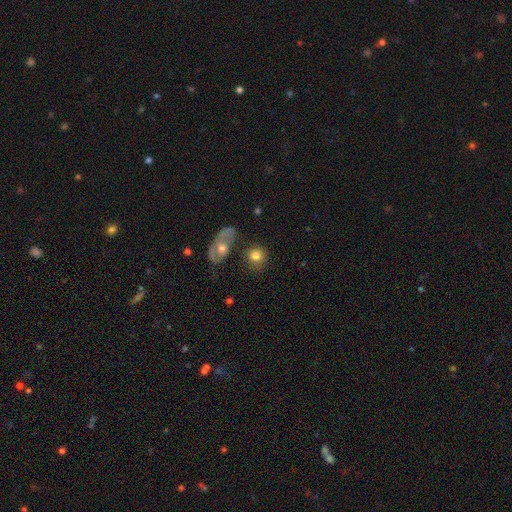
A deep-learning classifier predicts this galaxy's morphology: type=smooth (78%); roundness=round (81%); merging=none (65%).